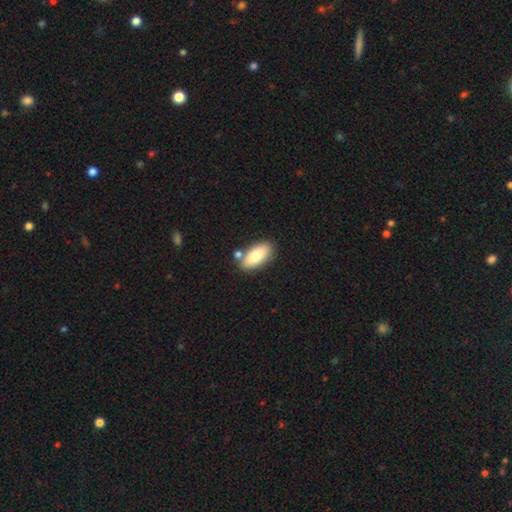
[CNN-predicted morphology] smooth 81%, featured or disk 13%, star or artifact 7%. Down the decision tree: how rounded — in between (88%); merging — none (73%).